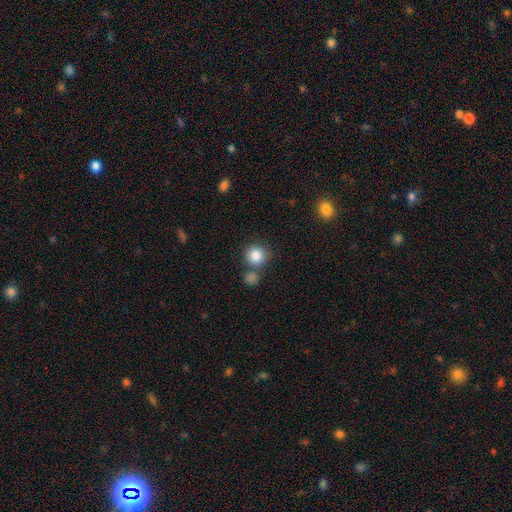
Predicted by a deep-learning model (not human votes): A smooth galaxy with no disk features (84%) that is round (89%).

Vote fractions:
- Smooth or featured? smooth: 84% / star or artifact: 10% / featured or disk: 6%
- How rounded? round: 89% / in between: 10% / cigar-shaped: 1%
- Merging? none: 69% / merger: 17% / minor disturbance: 10% / major disturbance: 3%